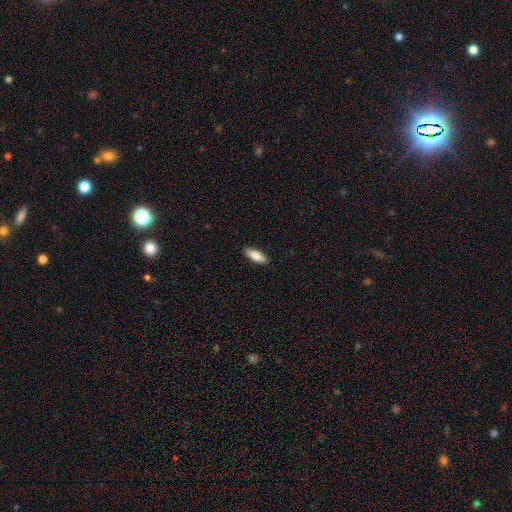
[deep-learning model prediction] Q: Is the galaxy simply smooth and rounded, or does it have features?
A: smooth — 79%.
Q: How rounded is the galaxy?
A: in between — 59%.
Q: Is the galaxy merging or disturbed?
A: none — 90%.